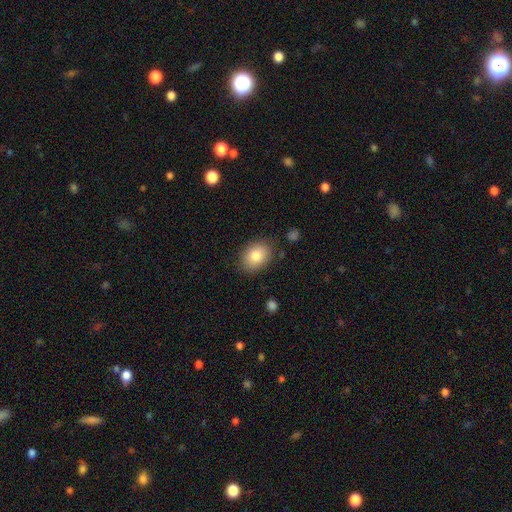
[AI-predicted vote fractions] smooth 82%, featured or disk 10%, star or artifact 8%. Down the decision tree: how rounded — in between (66%); merging — none (84%).